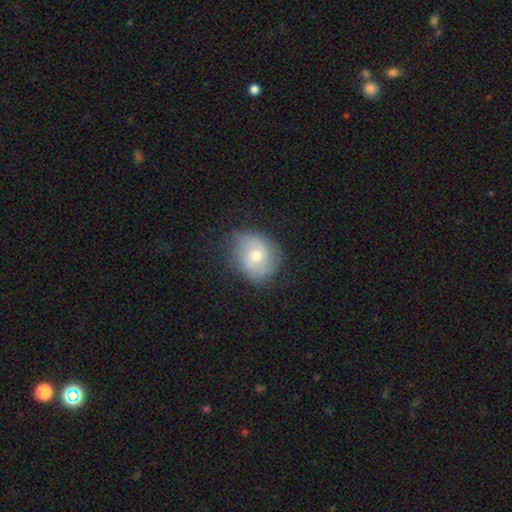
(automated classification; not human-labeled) A smooth galaxy with no disk features (51%) that is round (66%).

Vote fractions:
- Smooth or featured? smooth: 51% / featured or disk: 41% / star or artifact: 8%
- How rounded? round: 66% / in between: 33% / cigar-shaped: 1%
- Merging? none: 73% / minor disturbance: 20% / major disturbance: 6% / merger: 1%